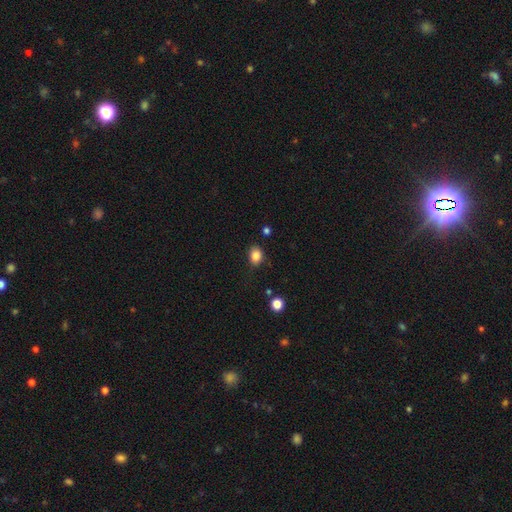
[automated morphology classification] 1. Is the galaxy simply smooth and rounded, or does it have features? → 86% smooth, 10% star or artifact, 4% featured or disk.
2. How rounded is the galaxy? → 59% in between, 40% round, 1% cigar-shaped.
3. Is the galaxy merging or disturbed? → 79% none, 15% minor disturbance, 4% major disturbance, 2% merger.